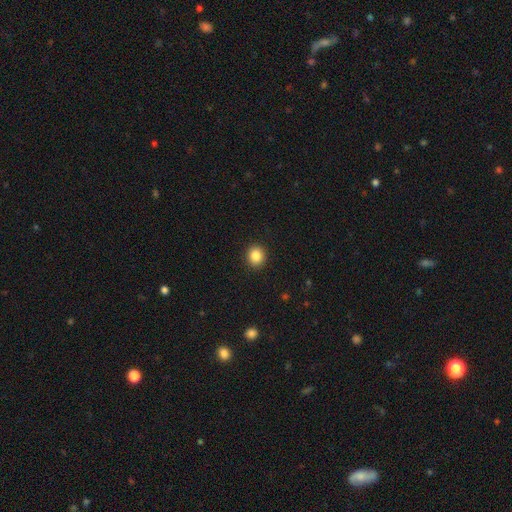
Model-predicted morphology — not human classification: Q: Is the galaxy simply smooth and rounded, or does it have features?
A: smooth — 86%.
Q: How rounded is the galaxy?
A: round — 85%.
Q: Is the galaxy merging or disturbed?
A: none — 92%.